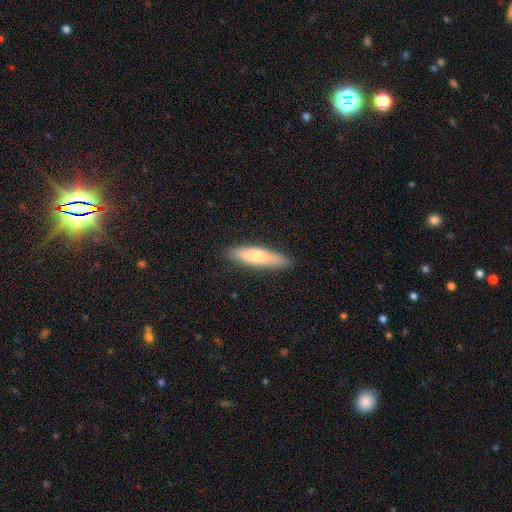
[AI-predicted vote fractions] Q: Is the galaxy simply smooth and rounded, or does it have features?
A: smooth — 65%.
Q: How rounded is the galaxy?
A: cigar-shaped — 78%.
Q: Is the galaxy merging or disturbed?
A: none — 86%.